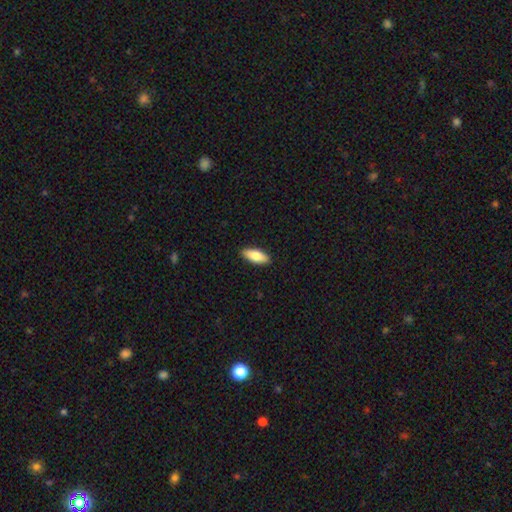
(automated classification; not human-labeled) The model was most divided on "how rounded": in between: 78%, cigar-shaped: 19%, round: 2%. More confident: merging — none (90%); smooth or featured — smooth (78%).